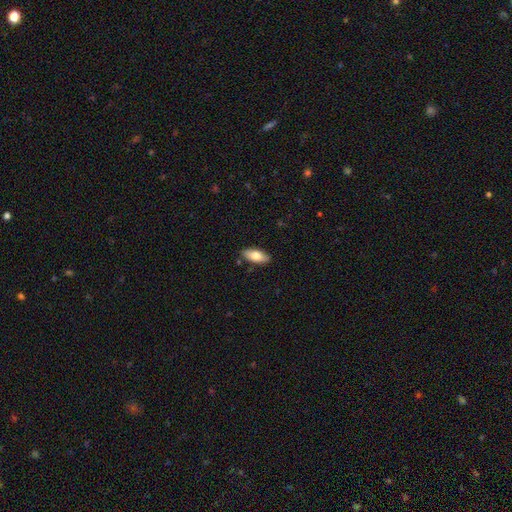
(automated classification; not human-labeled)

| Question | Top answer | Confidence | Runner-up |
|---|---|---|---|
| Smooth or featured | smooth | 77% | featured or disk (17%) |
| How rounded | in between | 85% | cigar-shaped (12%) |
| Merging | none | 87% | minor disturbance (9%) |